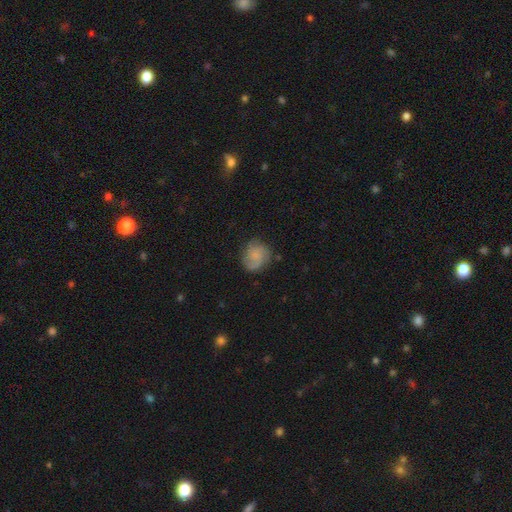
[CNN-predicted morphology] smooth_or_featured: smooth (p=0.52) [alt: featured or disk p=0.39]
how_rounded: round (p=0.76) [alt: in between p=0.23]
merging: none (p=0.69) [alt: minor disturbance p=0.21]